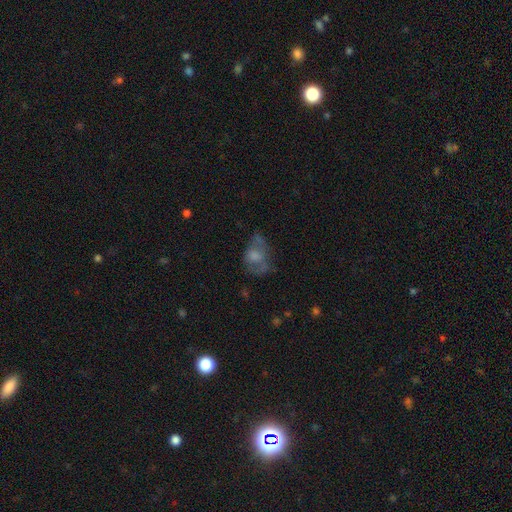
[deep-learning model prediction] Smooth or featured: smooth — 50% (featured or disk — 38%)
Merging: none — 37% (major disturbance — 34%)